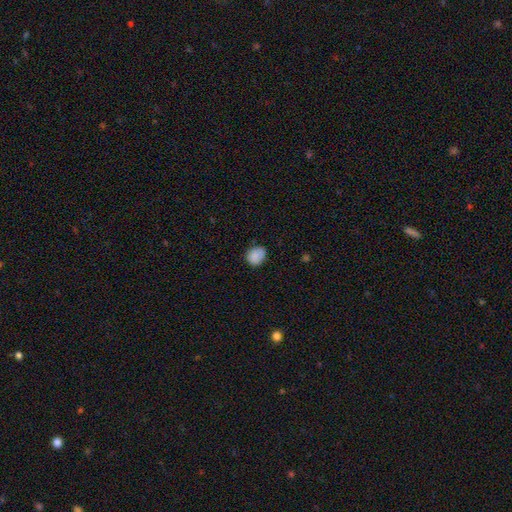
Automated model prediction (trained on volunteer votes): Smooth or featured? Predicted: smooth (p=0.87). How rounded? Predicted: round (p=0.56). Merging? Predicted: none (p=0.76).